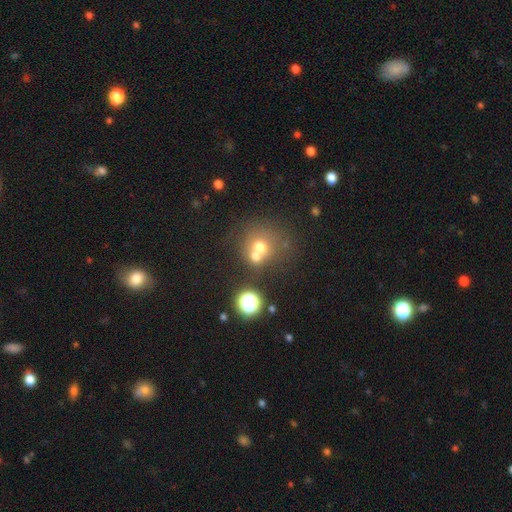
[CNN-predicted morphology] Smooth or featured?
  - smooth: 63% *
  - featured or disk: 19%
  - star or artifact: 18%
How rounded?
  - round: 83% *
  - in between: 16%
  - cigar-shaped: 1%
Merging?
  - merger: 50% *
  - none: 38%
  - minor disturbance: 7%
  - major disturbance: 4%